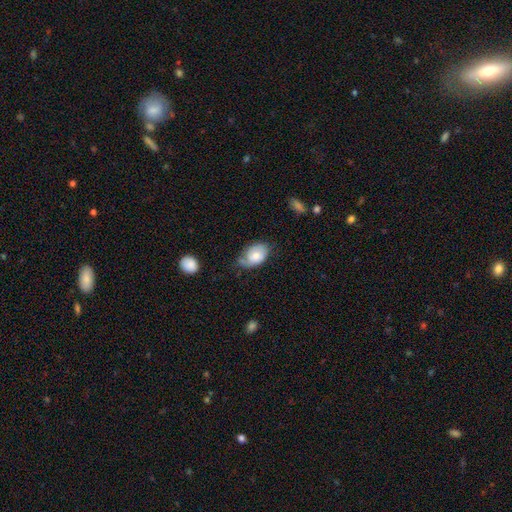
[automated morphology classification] Smooth or featured? smooth (59%)
How rounded? in between (84%)
Merging? none (44%)